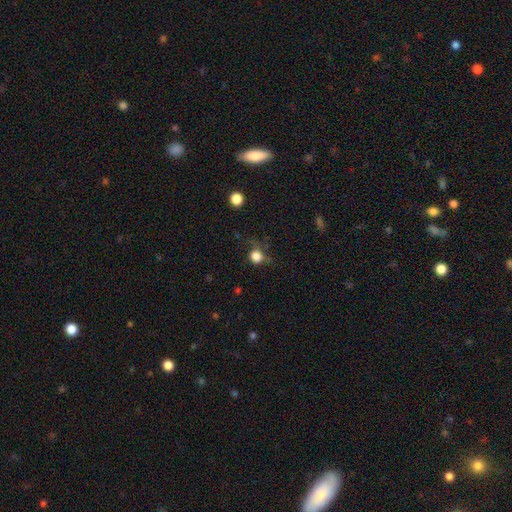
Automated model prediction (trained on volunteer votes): Overall: smooth (81%). How rounded: round (84%). Merging: none (56%; minor disturbance 24%).